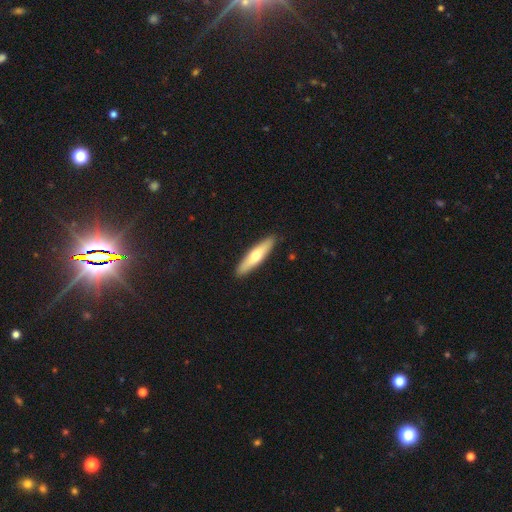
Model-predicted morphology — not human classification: The model was most divided on "smooth or featured": smooth: 58%, featured or disk: 37%, star or artifact: 5%. More confident: merging — none (91%); how rounded — cigar-shaped (80%).